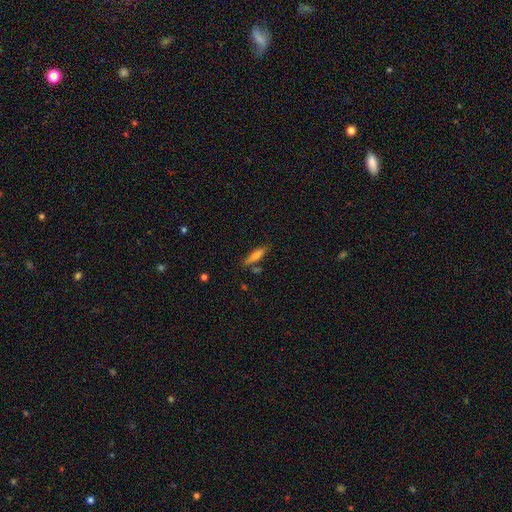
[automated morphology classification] This is likely a smooth galaxy (70%). How rounded: likely cigar-shaped (75%). Merging: likely none (76%).